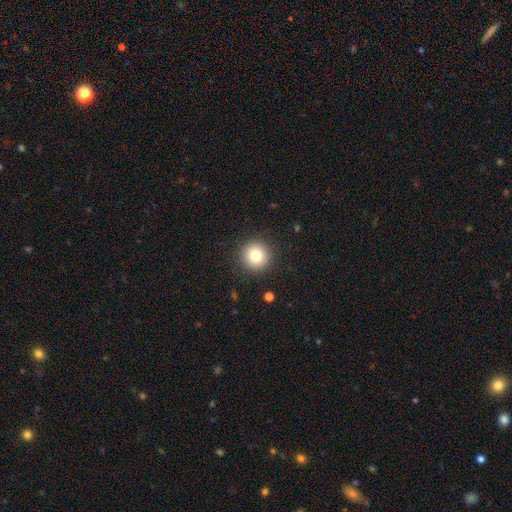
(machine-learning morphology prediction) Smooth or featured? Predicted: smooth (p=0.81). How rounded? Predicted: round (p=0.95). Merging? Predicted: none (p=0.91).